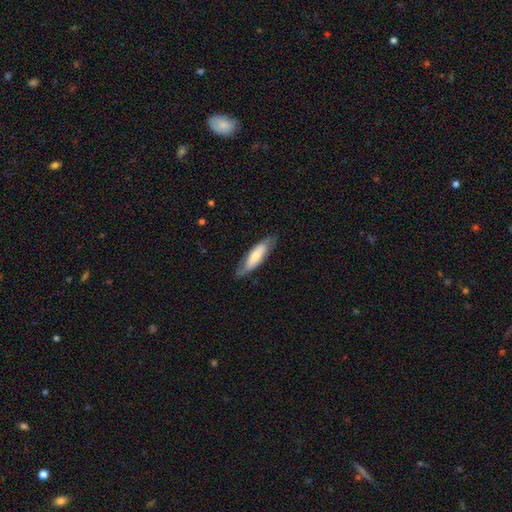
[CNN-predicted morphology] smooth-or-featured: smooth: 56% | featured or disk: 38% | star or artifact: 5%
  how-rounded: cigar-shaped: 52% | in between: 47% | round: 2%
  merging: none: 75% | minor disturbance: 19% | major disturbance: 5% | merger: 1%